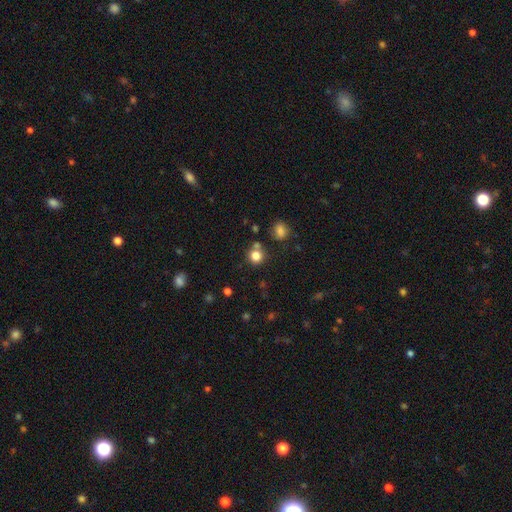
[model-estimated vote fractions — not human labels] Morphology: type=smooth (82%); roundness=round (90%); merging=none (72%).